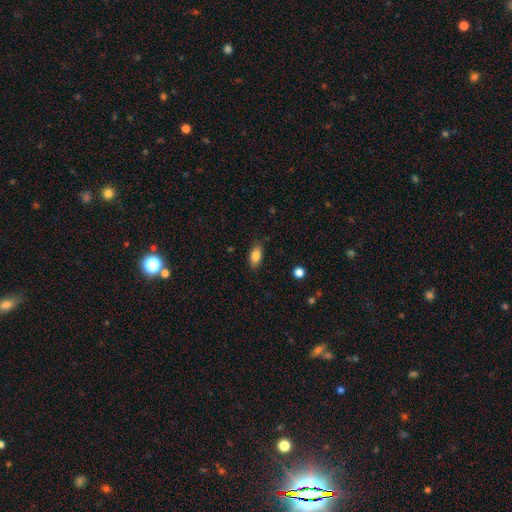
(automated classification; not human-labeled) A smooth galaxy with no disk features (81%) that is in between round and cigar-shaped (85%). Merging: none (84%).